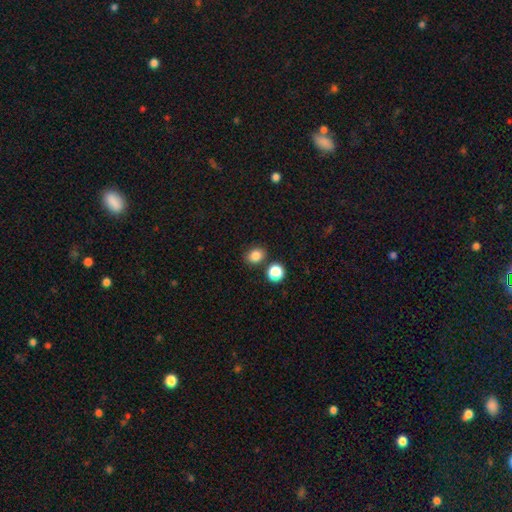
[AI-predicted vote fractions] Smooth or featured: smooth — 84% (star or artifact — 12%)
How rounded: round — 56% (in between — 43%)
Merging: none — 80% (minor disturbance — 9%)